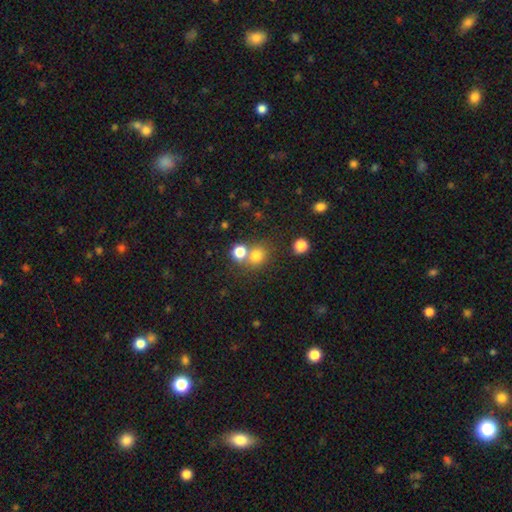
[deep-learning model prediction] smooth-or-featured: smooth: 75% | star or artifact: 17% | featured or disk: 8%
  how-rounded: round: 78% | in between: 21% | cigar-shaped: 1%
  merging: none: 57% | merger: 31% | minor disturbance: 8% | major disturbance: 4%